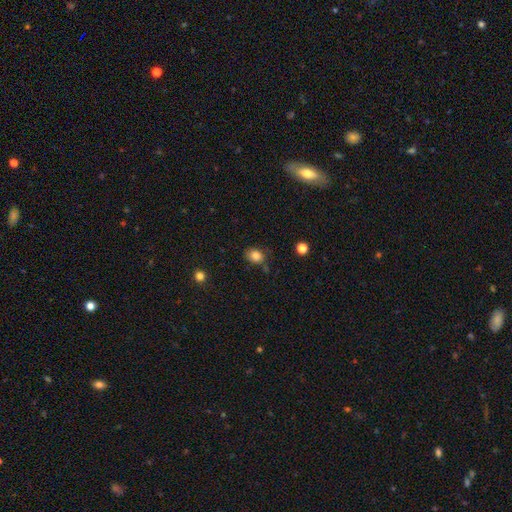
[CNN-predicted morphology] Smooth or featured? Predicted: smooth (p=0.83). How rounded? Predicted: in between (p=0.56). Merging? Predicted: none (p=0.70).